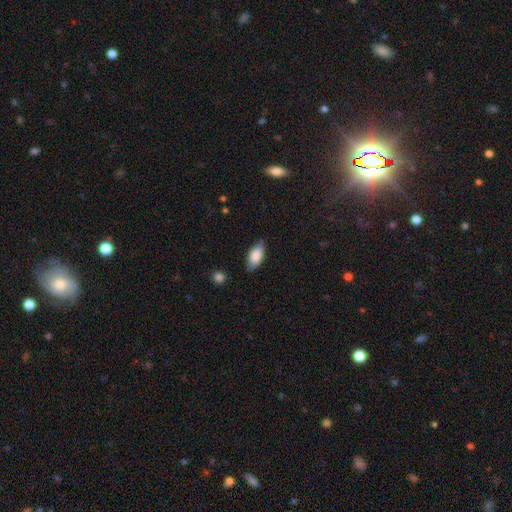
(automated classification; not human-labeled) The model was most divided on "merging": none: 80%, minor disturbance: 16%, major disturbance: 3%, merger: 1%. More confident: how rounded — in between (88%); smooth or featured — smooth (83%).